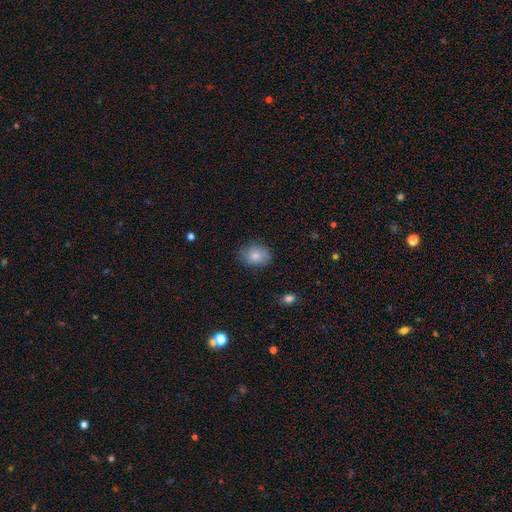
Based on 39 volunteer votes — Smooth or featured: smooth — 90% (star or artifact — 8%)
How rounded: in between — 63% (round — 37%)
Merging: none — 72% (minor disturbance — 25%)